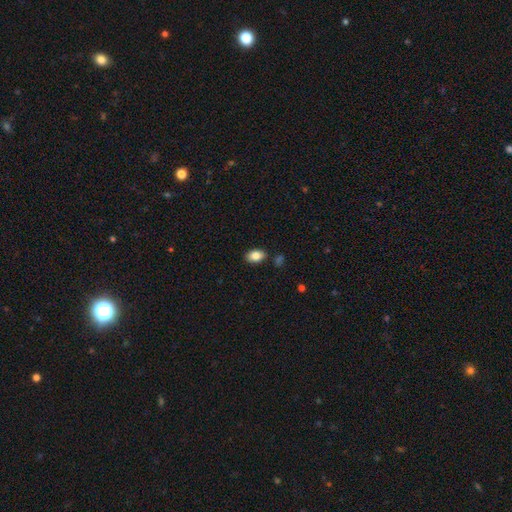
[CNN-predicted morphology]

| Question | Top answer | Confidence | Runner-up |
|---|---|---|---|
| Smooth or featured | smooth | 85% | star or artifact (8%) |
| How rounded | in between | 87% | round (12%) |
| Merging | none | 85% | minor disturbance (10%) |